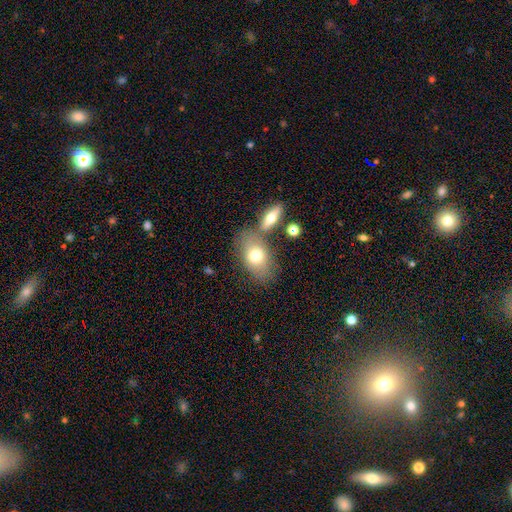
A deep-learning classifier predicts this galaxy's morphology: Smooth or featured?
  - smooth: 71% *
  - featured or disk: 21%
  - star or artifact: 9%
How rounded?
  - in between: 83% *
  - round: 14%
  - cigar-shaped: 2%
Merging?
  - none: 57% *
  - merger: 23%
  - minor disturbance: 14%
  - major disturbance: 5%